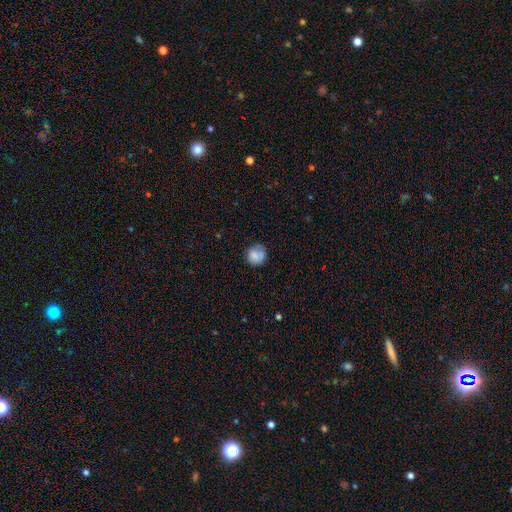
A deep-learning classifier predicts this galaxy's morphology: smooth-or-featured: smooth: 79% | featured or disk: 13% | star or artifact: 9%
  how-rounded: round: 87% | in between: 12% | cigar-shaped: 1%
  merging: none: 67% | minor disturbance: 23% | major disturbance: 7% | merger: 3%